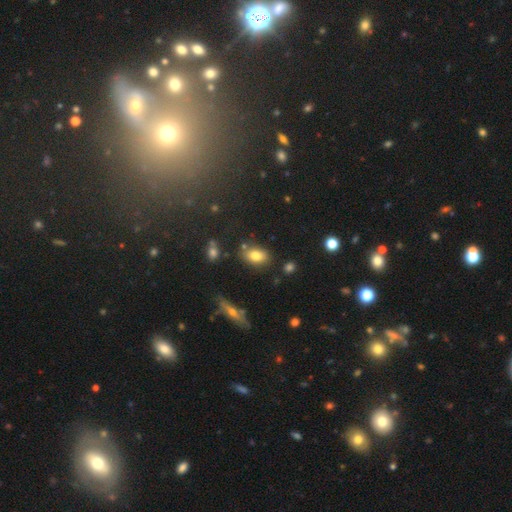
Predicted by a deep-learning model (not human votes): This appears to be a smooth galaxy with no disk features (79%) that is in between round and cigar-shaped (84%). Merging: none (77%).